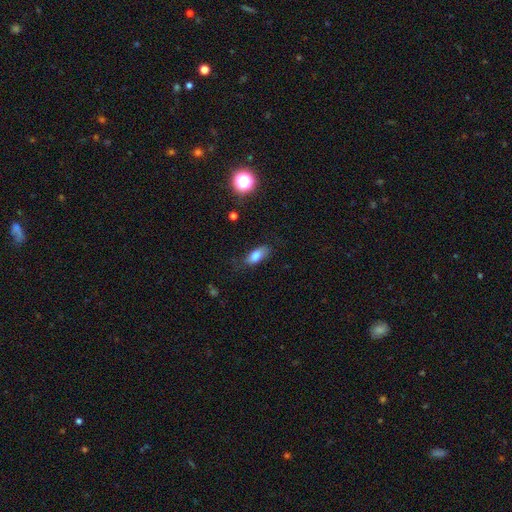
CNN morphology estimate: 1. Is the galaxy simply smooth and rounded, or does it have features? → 80% smooth, 11% featured or disk, 9% star or artifact.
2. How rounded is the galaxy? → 82% in between, 14% cigar-shaped, 4% round.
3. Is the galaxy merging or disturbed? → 69% none, 22% minor disturbance, 7% major disturbance, 2% merger.